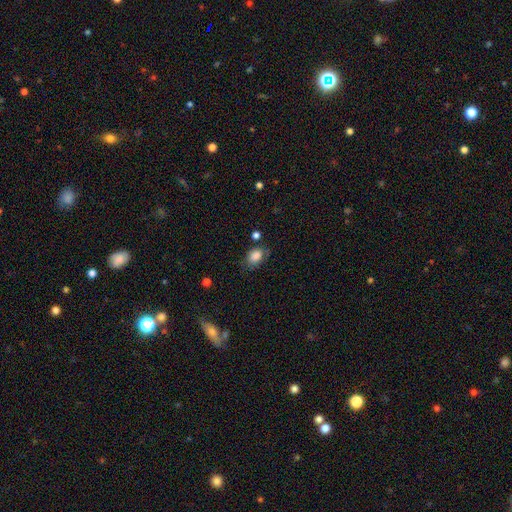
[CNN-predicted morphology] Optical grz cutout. It shows a smooth galaxy with no disk features (84%) that is in between round and cigar-shaped (75%). Merging: none (65%).